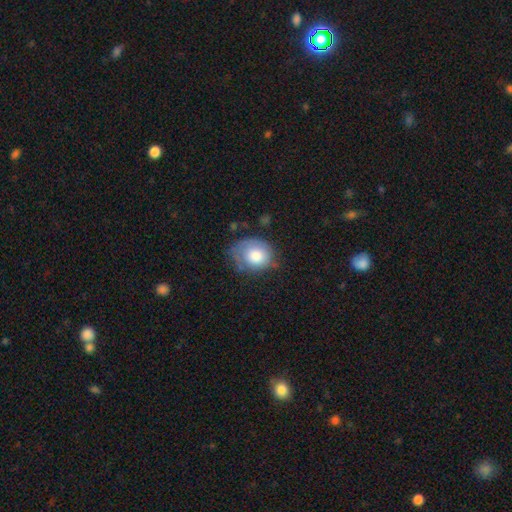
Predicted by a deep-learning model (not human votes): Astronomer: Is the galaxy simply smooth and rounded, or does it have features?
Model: smooth — 74%.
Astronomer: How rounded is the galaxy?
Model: round — 55% (runner-up: in between, 44%).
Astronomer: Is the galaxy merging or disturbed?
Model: none — 47% (runner-up: minor disturbance, 34%).